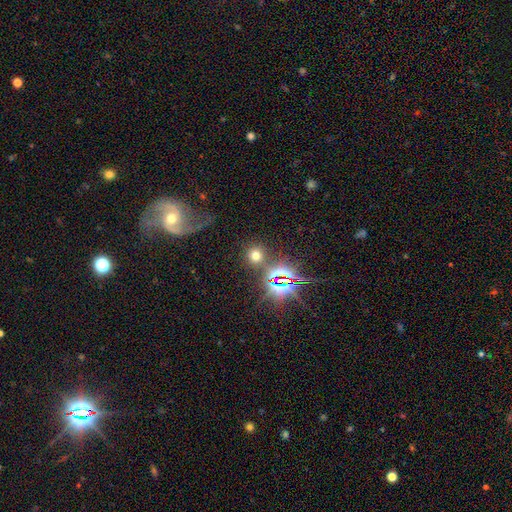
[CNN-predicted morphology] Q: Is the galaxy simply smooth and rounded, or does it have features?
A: smooth — 58%.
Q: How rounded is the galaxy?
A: round — 88%.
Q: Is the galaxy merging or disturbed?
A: none — 78%.